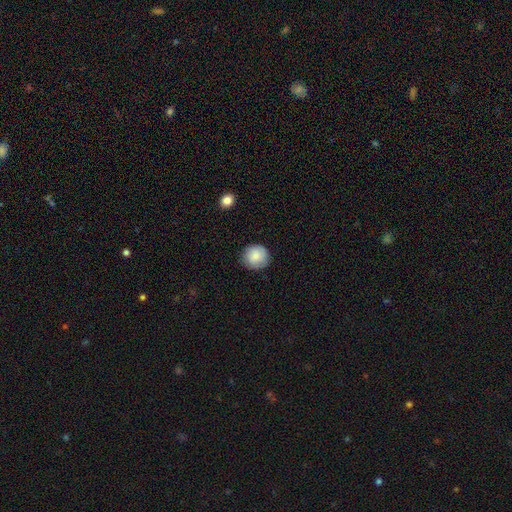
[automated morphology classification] This is clearly a smooth galaxy (86%). How rounded: clearly round (94%). Merging: clearly none (86%).